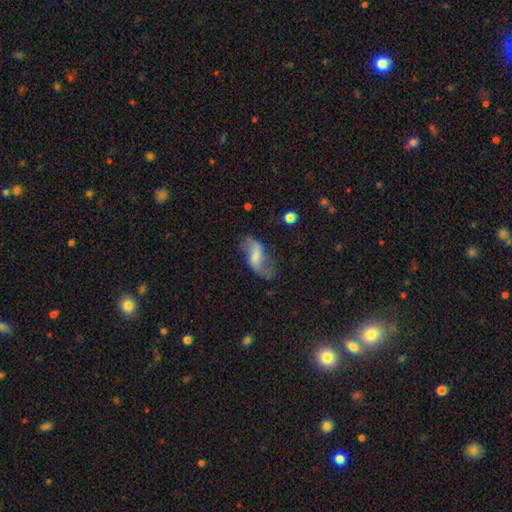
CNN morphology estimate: Smooth or featured? Predicted: featured or disk (p=0.59). Edge-on disk? Predicted: no (p=0.93). Bar? Predicted: weak (p=0.44). Spiral arms? Predicted: yes (p=0.81). Bulge size? Predicted: small (p=0.36). Merging? Predicted: none (p=0.54).